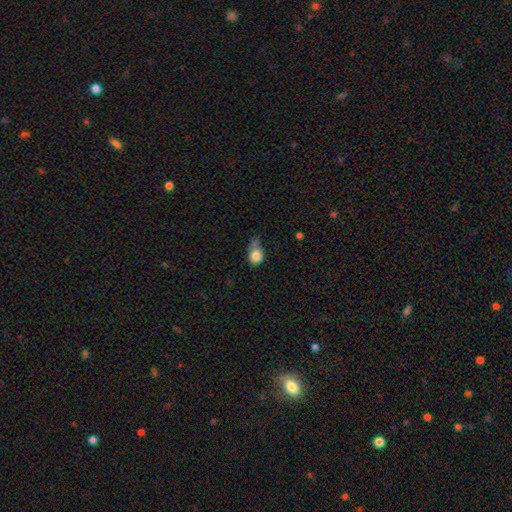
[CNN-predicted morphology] The model was most divided on "merging": minor disturbance: 38%, none: 30%, major disturbance: 20%, merger: 12%. More confident: smooth or featured — smooth (81%); how rounded — round (55%).